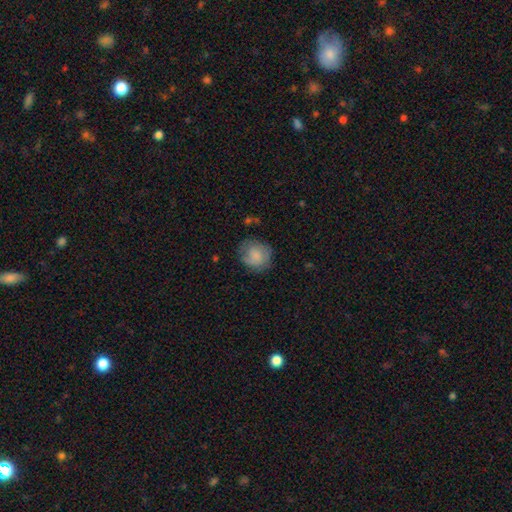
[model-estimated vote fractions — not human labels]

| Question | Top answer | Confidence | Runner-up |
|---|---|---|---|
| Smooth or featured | smooth | 73% | featured or disk (19%) |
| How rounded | round | 78% | in between (21%) |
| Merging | none | 66% | minor disturbance (23%) |